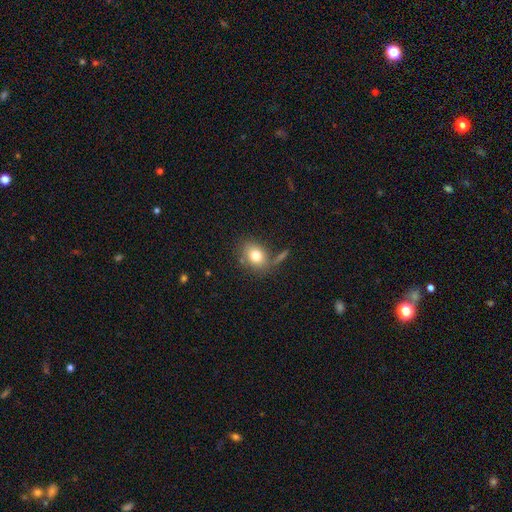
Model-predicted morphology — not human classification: smooth 78%, featured or disk 12%, star or artifact 10%. Down the decision tree: how rounded — in between (52%); merging — none (67%).